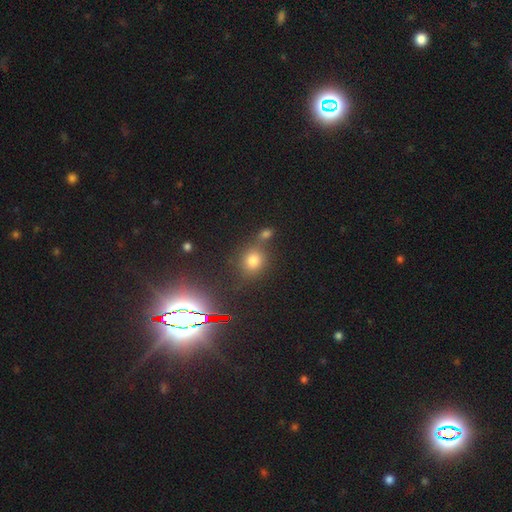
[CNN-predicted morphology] A smooth galaxy with no disk features (51%) that is round (73%).

Vote fractions:
- Smooth or featured? smooth: 51% / star or artifact: 40% / featured or disk: 10%
- How rounded? round: 73% / in between: 25% / cigar-shaped: 2%
- Merging? none: 71% / merger: 16% / minor disturbance: 9% / major disturbance: 4%